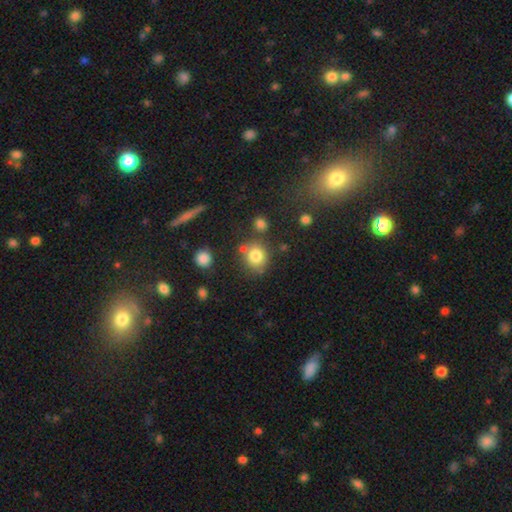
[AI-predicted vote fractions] A smooth galaxy with no disk features (80%) that is round (77%).

Vote fractions:
- Smooth or featured? smooth: 80% / star or artifact: 12% / featured or disk: 8%
- How rounded? round: 77% / in between: 22% / cigar-shaped: 1%
- Merging? none: 68% / minor disturbance: 14% / merger: 13% / major disturbance: 5%